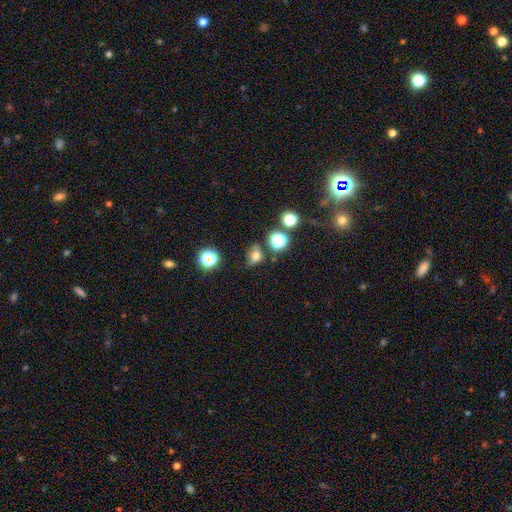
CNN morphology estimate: This appears to be a smooth galaxy with no disk features (66%) that is round (53%). Merging: none (52%).